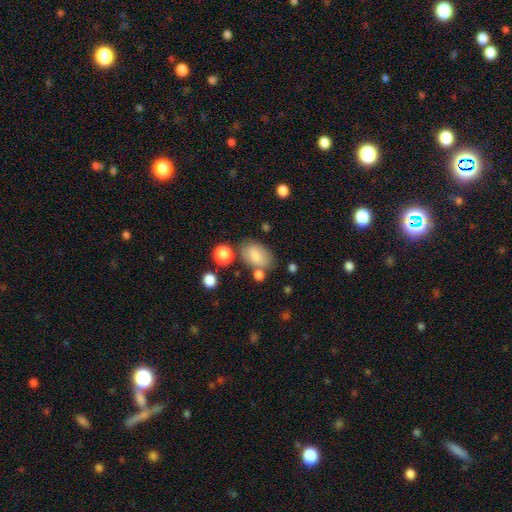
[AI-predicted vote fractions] smooth 81%, featured or disk 10%, star or artifact 9%. Down the decision tree: how rounded — in between (87%); merging — none (65%).